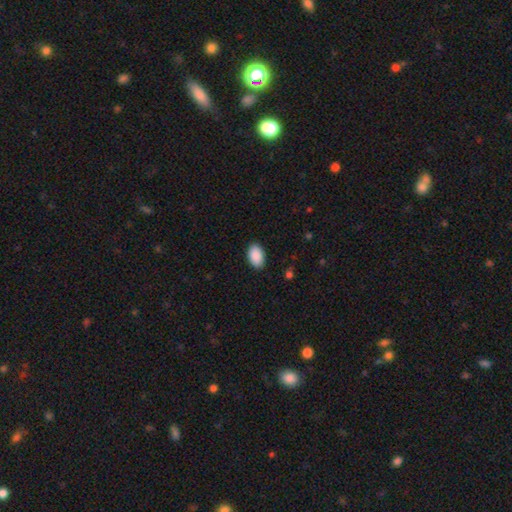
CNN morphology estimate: Smooth or featured? smooth (91%)
How rounded? in between (93%)
Merging? none (89%)